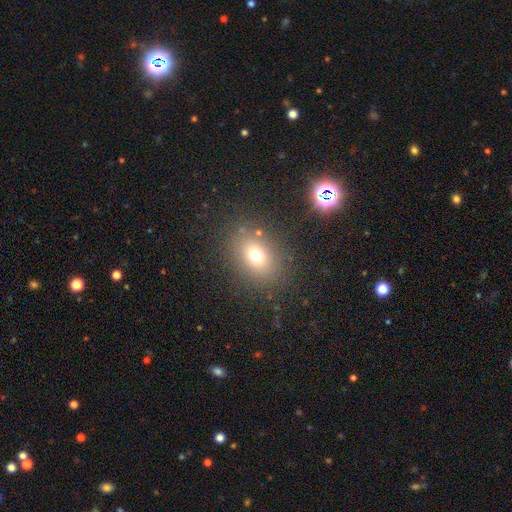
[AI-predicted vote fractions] Smooth or featured? smooth (71%)
How rounded? in between (54%)
Merging? none (83%)